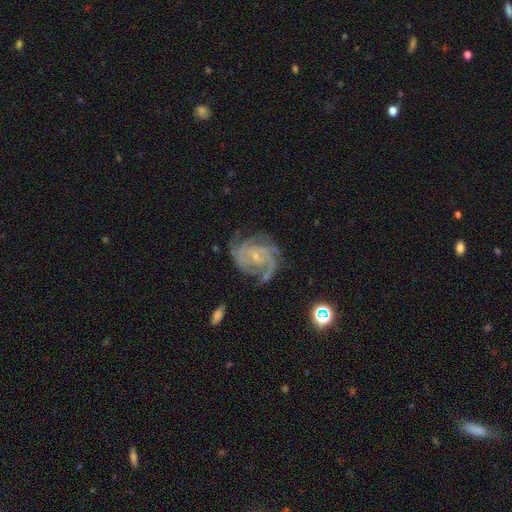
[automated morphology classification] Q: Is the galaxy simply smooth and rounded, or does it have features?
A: featured or disk — 89%.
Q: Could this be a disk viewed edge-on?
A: no — 98%.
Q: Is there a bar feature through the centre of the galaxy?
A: no — 64%.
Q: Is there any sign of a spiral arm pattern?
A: yes — 98%.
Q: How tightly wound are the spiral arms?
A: tight — 57%.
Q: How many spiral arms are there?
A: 3 — 31%.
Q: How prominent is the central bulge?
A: small — 81%.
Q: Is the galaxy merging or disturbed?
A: none — 66%.